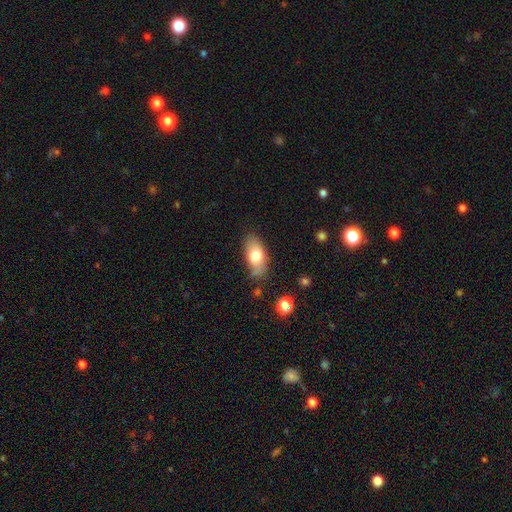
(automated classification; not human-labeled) Smooth or featured?
  - smooth: 74% *
  - featured or disk: 19%
  - star or artifact: 7%
How rounded?
  - in between: 89% *
  - cigar-shaped: 6%
  - round: 4%
Merging?
  - none: 66% *
  - minor disturbance: 24%
  - major disturbance: 6%
  - merger: 4%